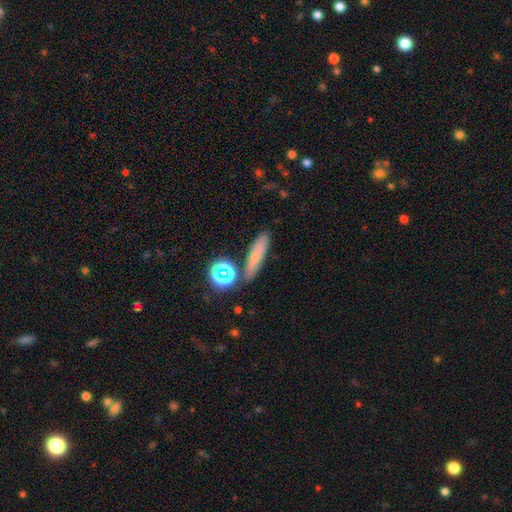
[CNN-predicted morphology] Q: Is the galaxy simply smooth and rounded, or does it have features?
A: smooth — 63%.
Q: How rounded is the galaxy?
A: cigar-shaped — 65%.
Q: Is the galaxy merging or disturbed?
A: none — 77%.